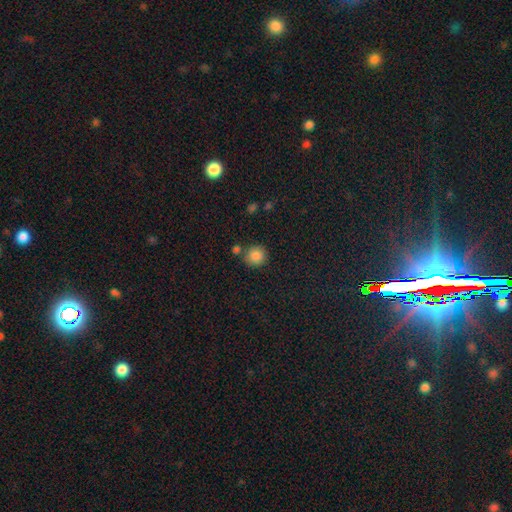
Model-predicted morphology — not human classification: smooth 86%, star or artifact 10%, featured or disk 4%. Down the decision tree: how rounded — round (91%); merging — none (74%).